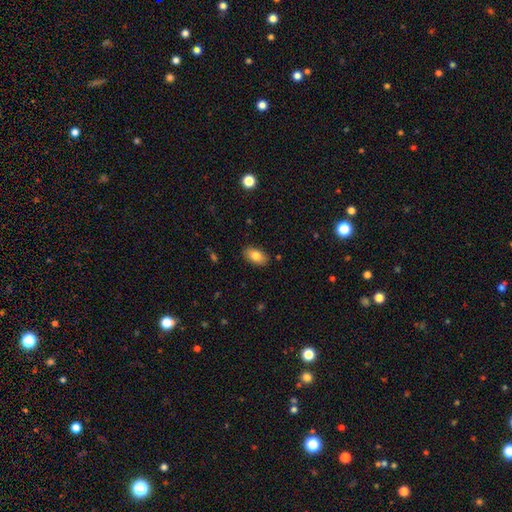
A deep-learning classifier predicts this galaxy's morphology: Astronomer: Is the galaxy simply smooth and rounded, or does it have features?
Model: smooth — 80%.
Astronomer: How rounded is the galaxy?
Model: in between — 92%.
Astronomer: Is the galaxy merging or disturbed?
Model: none — 86%.